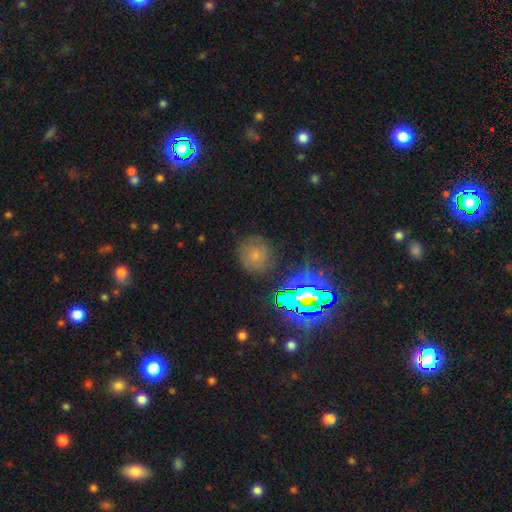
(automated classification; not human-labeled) Smooth or featured? smooth (55%)
How rounded? round (88%)
Merging? none (77%)